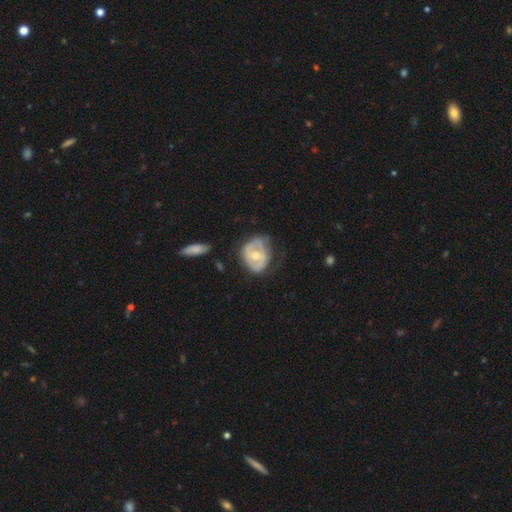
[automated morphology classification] A featured or disk galaxy (63%) with no bar (54%), spiral arms (52%) and a moderate central bulge (66%). Merging: none (47%).